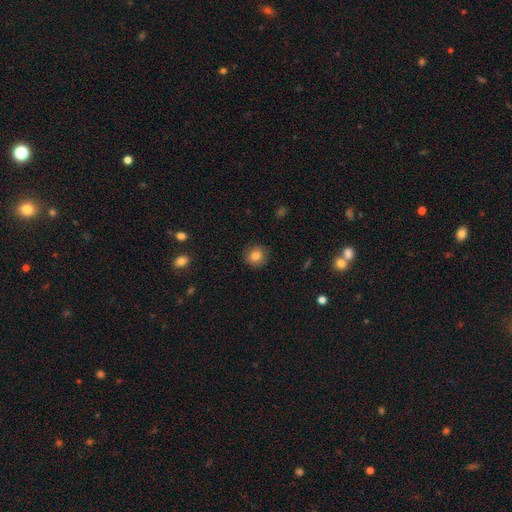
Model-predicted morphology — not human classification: smooth-or-featured: smooth: 82% | star or artifact: 10% | featured or disk: 8%
  how-rounded: round: 90% | in between: 9% | cigar-shaped: 1%
  merging: none: 89% | minor disturbance: 8% | major disturbance: 2% | merger: 1%